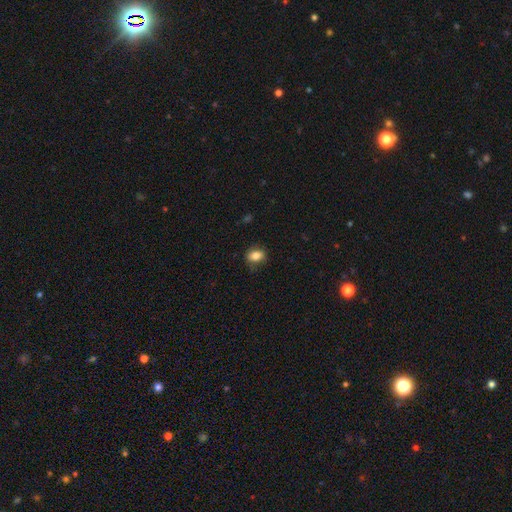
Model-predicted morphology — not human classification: Smooth or featured? Predicted: smooth (p=0.82). How rounded? Predicted: in between (p=0.67). Merging? Predicted: none (p=0.79).